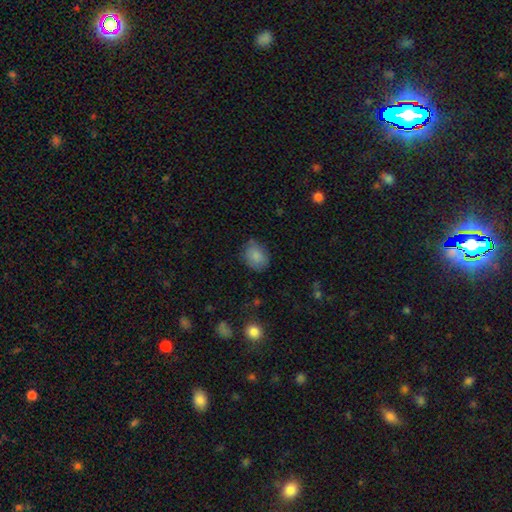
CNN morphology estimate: A smooth galaxy with no disk features (85%) that is in between round and cigar-shaped (56%). Merging: none (72%).